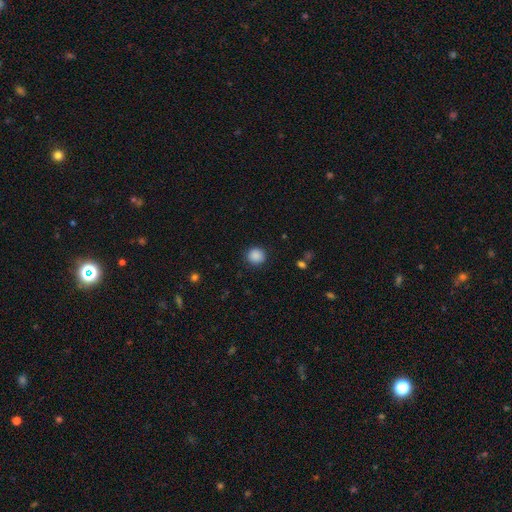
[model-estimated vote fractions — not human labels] This is clearly a smooth galaxy (88%). How rounded: clearly round (92%). Merging: clearly none (90%).